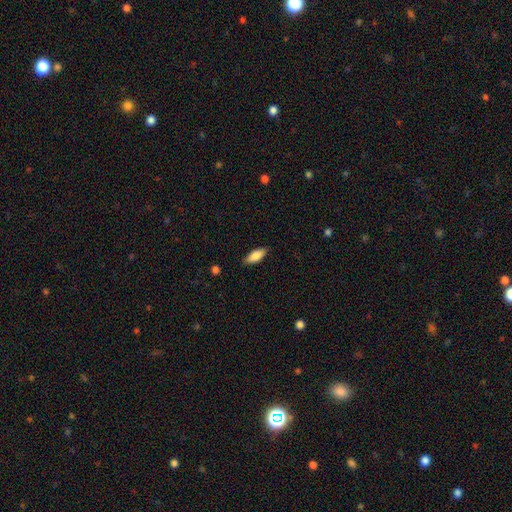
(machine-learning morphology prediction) smooth 82%, featured or disk 12%, star or artifact 6%. Down the decision tree: how rounded — in between (75%); merging — none (86%).